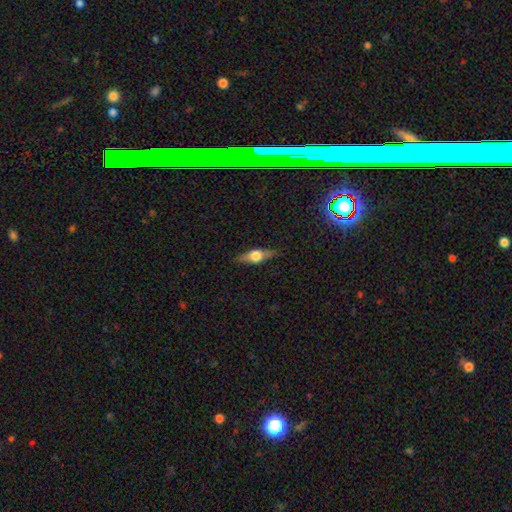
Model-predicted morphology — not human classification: featured or disk 55%, smooth 38%, star or artifact 7%. Down the decision tree: edge-on disk — yes (93%); edge-on bulge — rounded (93%); merging — none (86%).